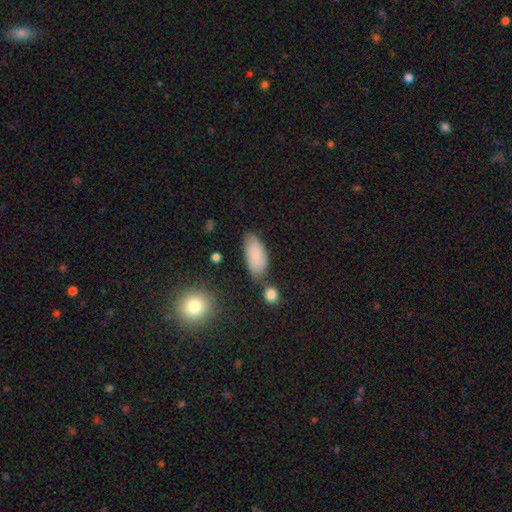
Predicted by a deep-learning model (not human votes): This appears to be a smooth galaxy with no disk features (76%) that is in between round and cigar-shaped (89%). Merging: none (60%).